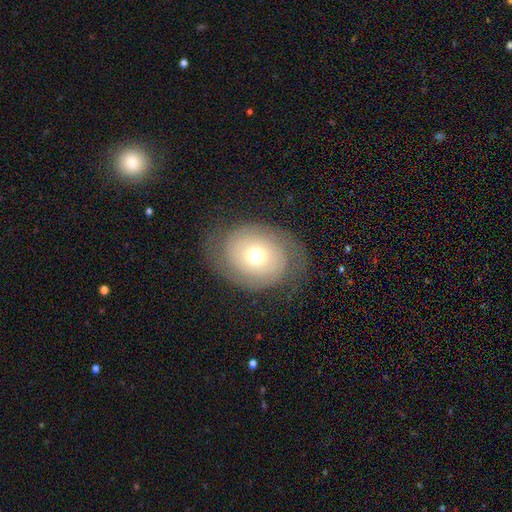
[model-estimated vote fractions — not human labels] This appears to be a featured or disk galaxy (70%) with no bar (81%), 2 (82%) tight (62%) spiral arms (88%) and a moderate central bulge (57%). Merging: none (76%).